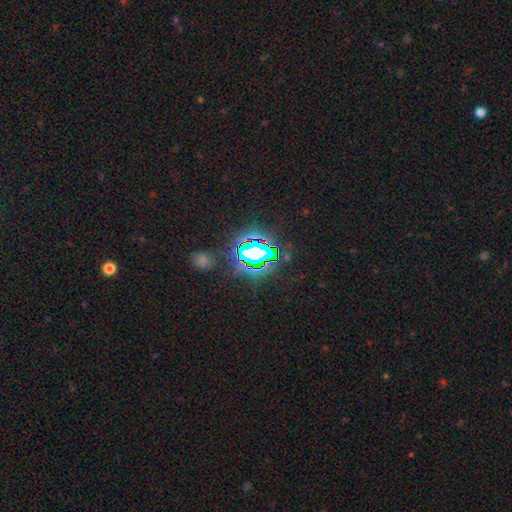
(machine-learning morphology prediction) This appears to be a star or artifact, not a galaxy (75%).